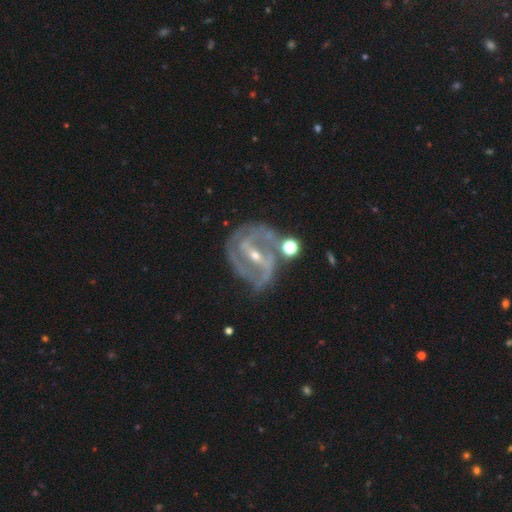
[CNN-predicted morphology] Smooth or featured? Predicted: featured or disk (p=0.89). Edge-on disk? Predicted: no (p=0.96). Bar? Predicted: strong (p=0.68). Spiral arms? Predicted: yes (p=0.92). Spiral winding? Predicted: medium (p=0.44). Spiral arm count? Predicted: 2 (p=0.67). Bulge size? Predicted: small (p=0.66). Merging? Predicted: none (p=0.61).